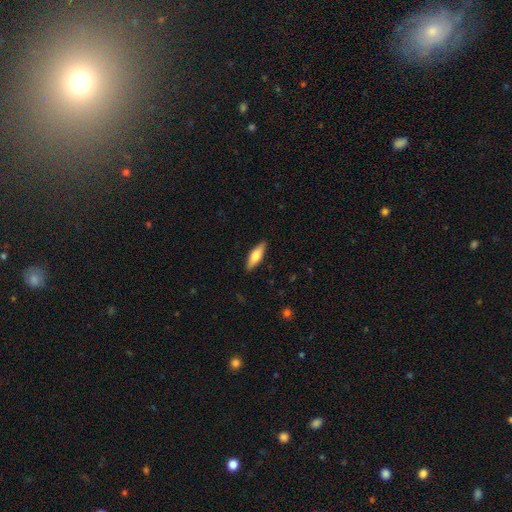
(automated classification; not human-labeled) smooth 64%, featured or disk 31%, star or artifact 6%. Down the decision tree: how rounded — in between (51%); merging — none (89%).